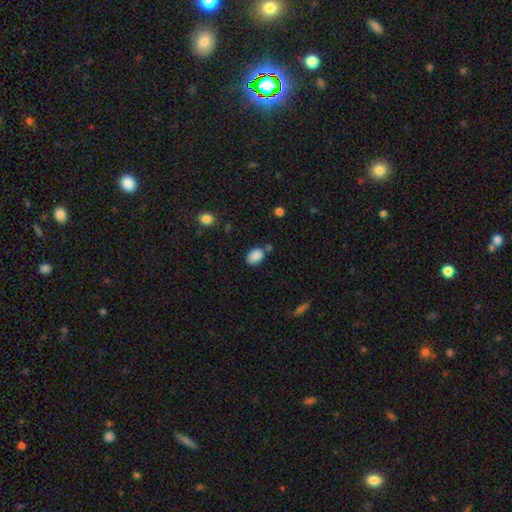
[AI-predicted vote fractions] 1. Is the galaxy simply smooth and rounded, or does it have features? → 87% smooth, 9% star or artifact, 4% featured or disk.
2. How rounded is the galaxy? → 86% in between, 13% round, 1% cigar-shaped.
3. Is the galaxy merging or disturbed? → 69% none, 17% minor disturbance, 10% merger, 4% major disturbance.